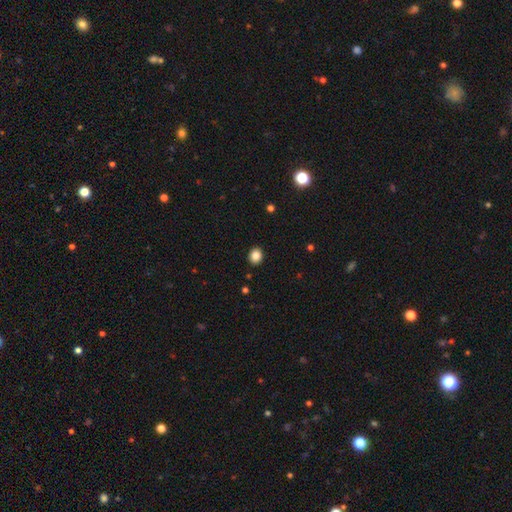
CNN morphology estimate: Smooth or featured? smooth (86%)
How rounded? round (64%)
Merging? none (92%)